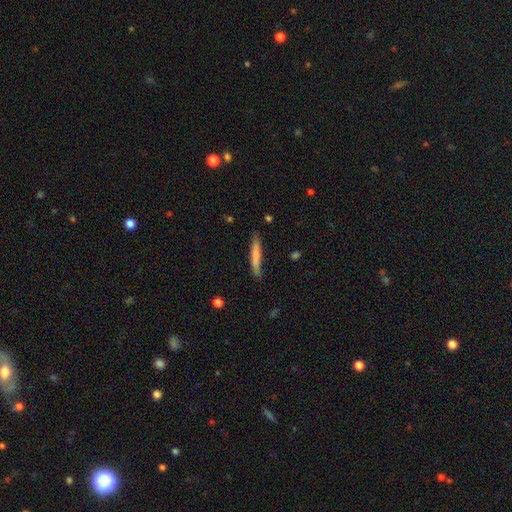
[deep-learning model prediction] This appears to be a smooth galaxy with no disk features (76%) that is cigar-shaped (93%). Merging: none (81%).